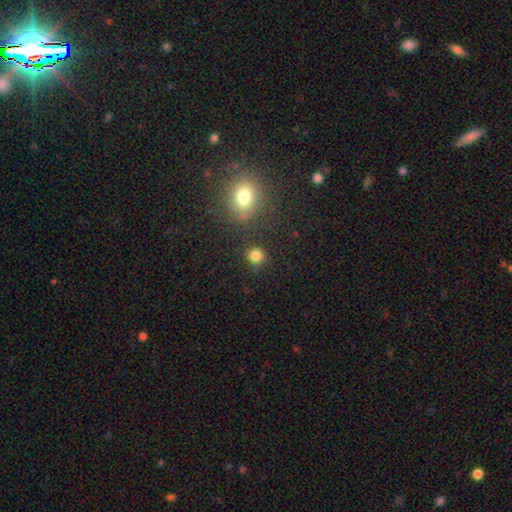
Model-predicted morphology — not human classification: This is clearly a smooth galaxy (81%). How rounded: clearly round (91%). Merging: clearly none (86%).